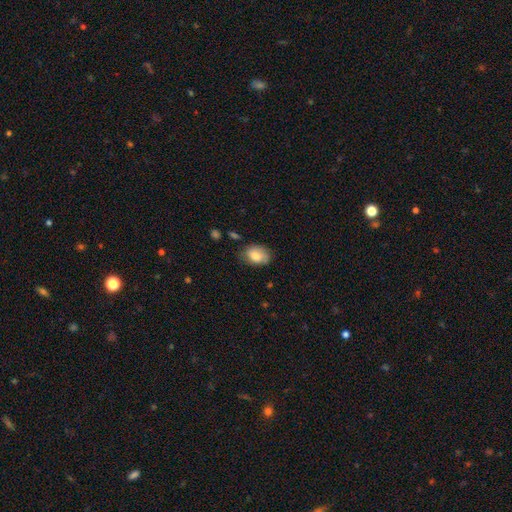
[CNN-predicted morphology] This appears to be a smooth galaxy with no disk features (76%) that is in between round and cigar-shaped (77%). Merging: none (67%).